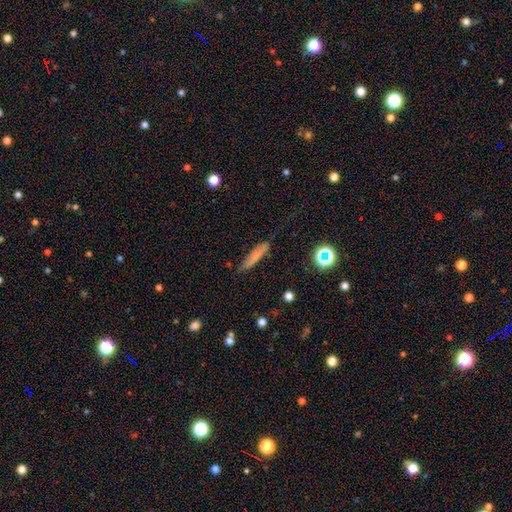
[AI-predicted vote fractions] Overall: smooth (68%). How rounded: cigar-shaped (84%). Merging: none (79%).